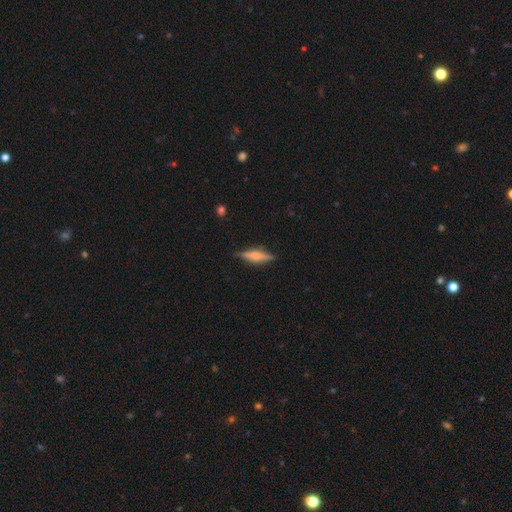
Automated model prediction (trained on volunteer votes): Smooth or featured: featured or disk — 56% (smooth — 37%)
Edge-on disk: yes — 96% (no — 4%)
Edge-on bulge: rounded — 67% (boxy — 24%)
Merging: none — 85% (minor disturbance — 11%)